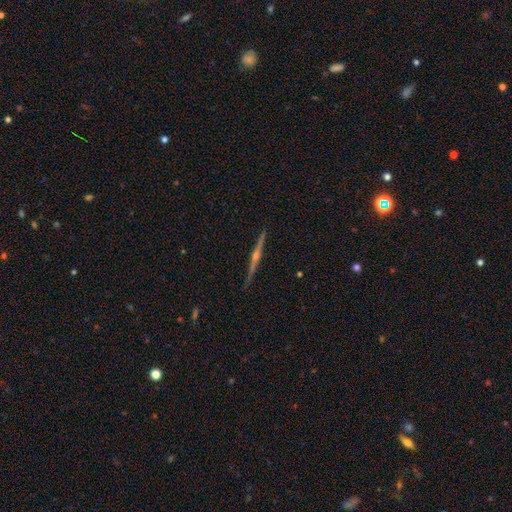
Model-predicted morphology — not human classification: A featured or disk galaxy (85%) viewed edge-on (99%) with a rounded central bulge (89%).

Vote fractions:
- Smooth or featured? featured or disk: 85% / smooth: 10% / star or artifact: 6%
- Edge-on disk? yes: 99% / no: 1%
- Edge-on bulge? rounded: 89% / none: 6% / boxy: 5%
- Merging? none: 91% / minor disturbance: 6% / major disturbance: 1% / merger: 1%